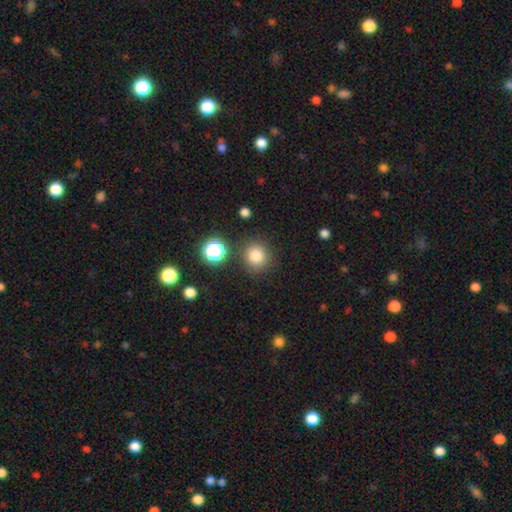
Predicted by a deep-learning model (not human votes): Overall: smooth (81%). How rounded: round (90%). Merging: none (85%).